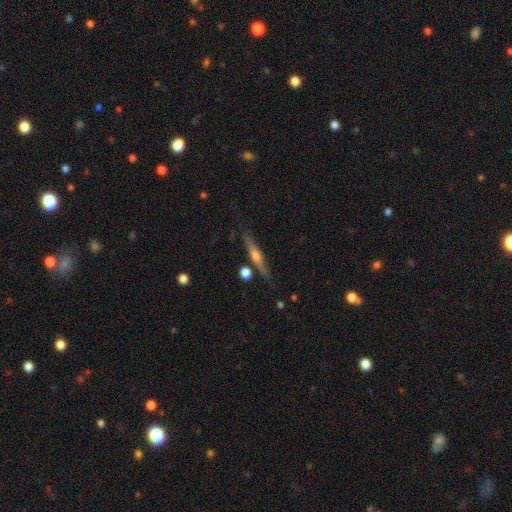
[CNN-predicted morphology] Smooth or featured? Predicted: featured or disk (p=0.68). Edge-on disk? Predicted: yes (p=0.96). Edge-on bulge? Predicted: rounded (p=0.87). Merging? Predicted: none (p=0.82).